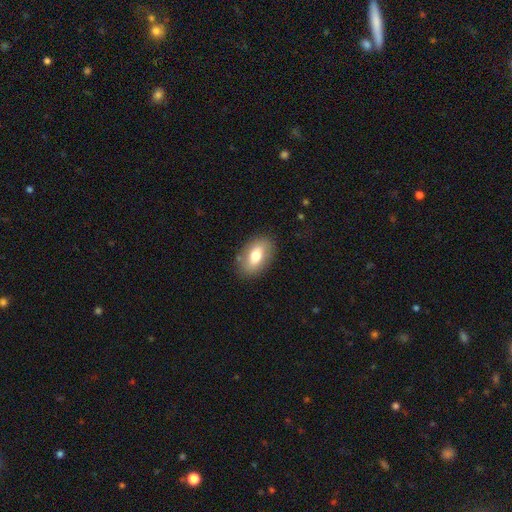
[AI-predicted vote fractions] Smooth or featured?
  - smooth: 70% *
  - featured or disk: 23%
  - star or artifact: 7%
How rounded?
  - in between: 88% *
  - round: 9%
  - cigar-shaped: 3%
Merging?
  - none: 83% *
  - minor disturbance: 12%
  - major disturbance: 4%
  - merger: 2%